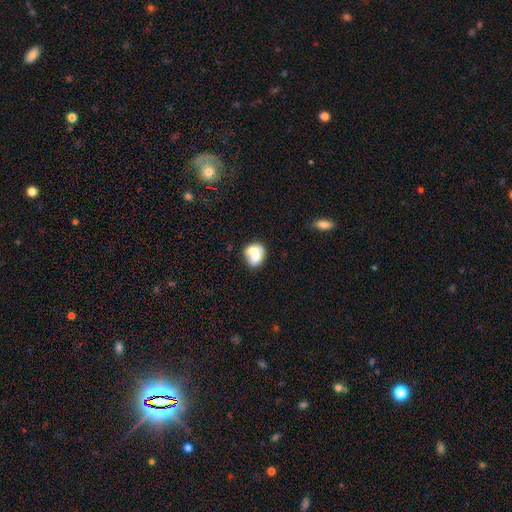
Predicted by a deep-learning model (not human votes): This is likely a smooth galaxy (65%). How rounded: possibly round (51%). Merging: possibly merger (57%).